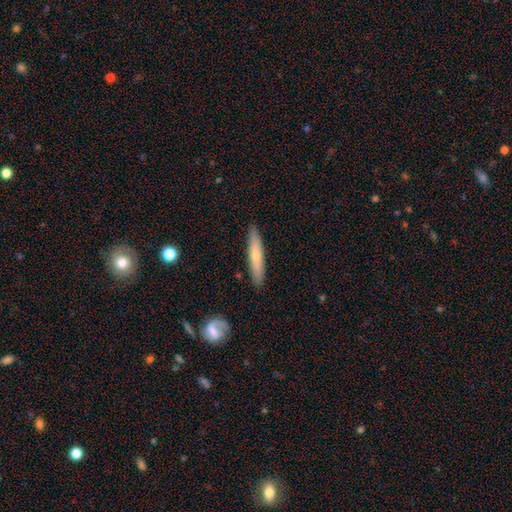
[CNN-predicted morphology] This appears to be a smooth galaxy with no disk features (60%) that is cigar-shaped (89%). Merging: none (88%).